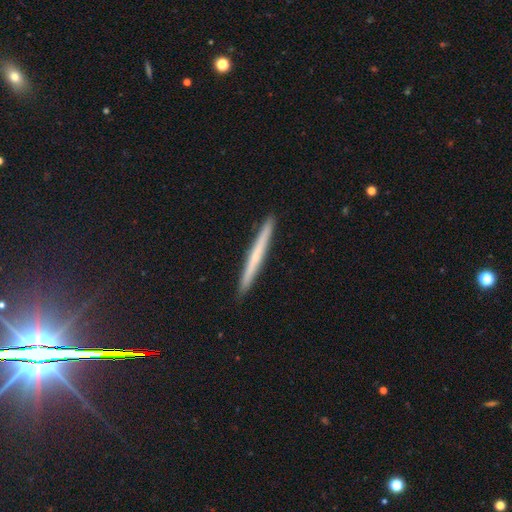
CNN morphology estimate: smooth-or-featured: smooth: 47% (tied) | featured or disk: 47% (tied) | star or artifact: 7%
  merging: none: 93% | minor disturbance: 5% | major disturbance: 1% | merger: 1%